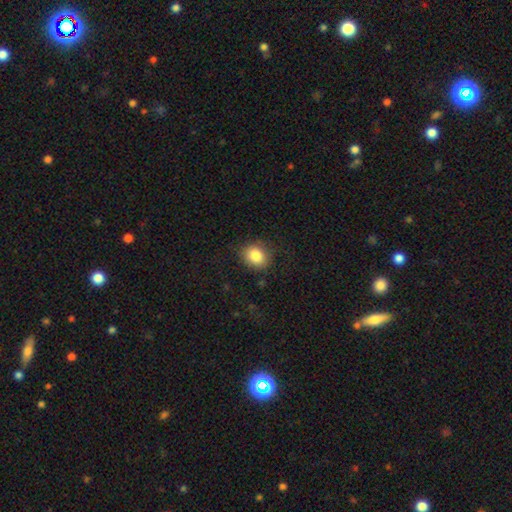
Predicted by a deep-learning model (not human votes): smooth_or_featured: smooth (p=0.84) [alt: star or artifact p=0.10]
how_rounded: round (p=0.69) [alt: in between p=0.31]
merging: none (p=0.83) [alt: minor disturbance p=0.12]